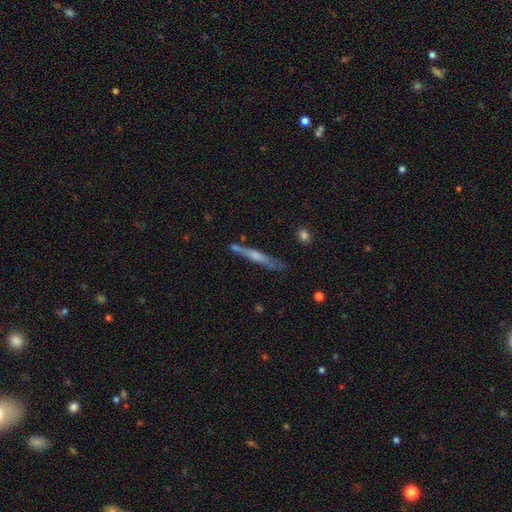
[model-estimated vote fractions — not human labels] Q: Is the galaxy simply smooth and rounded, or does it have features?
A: featured or disk — 47%.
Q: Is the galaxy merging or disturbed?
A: none — 66%.